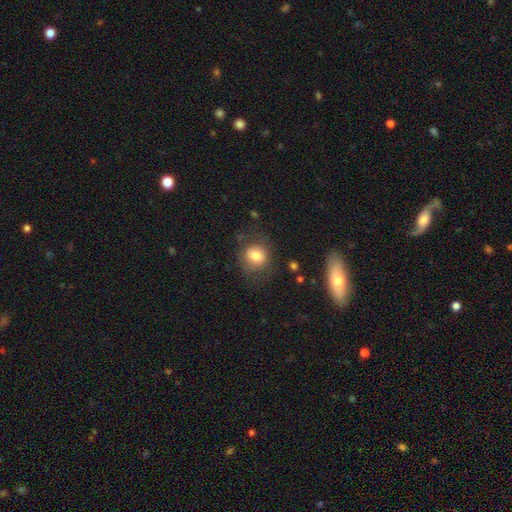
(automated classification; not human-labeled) Smooth or featured? Predicted: smooth (p=0.75). How rounded? Predicted: round (p=0.77). Merging? Predicted: none (p=0.69).